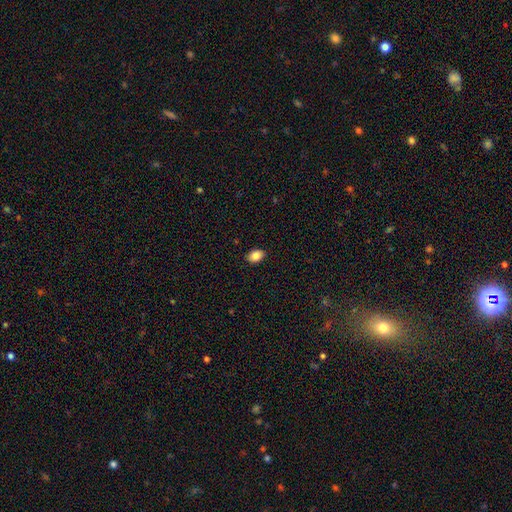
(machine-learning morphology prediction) Smooth or featured? Predicted: smooth (p=0.86). How rounded? Predicted: in between (p=0.80). Merging? Predicted: none (p=0.89).